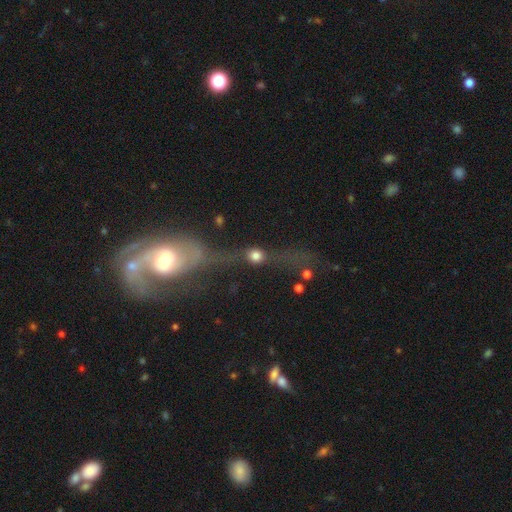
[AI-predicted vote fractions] A smooth galaxy with no disk features (52%) that is round (65%).

Vote fractions:
- Smooth or featured? smooth: 52% / featured or disk: 32% / star or artifact: 16%
- How rounded? round: 65% / in between: 23% / cigar-shaped: 11%
- Merging? none: 44% / merger: 24% / major disturbance: 18% / minor disturbance: 14%